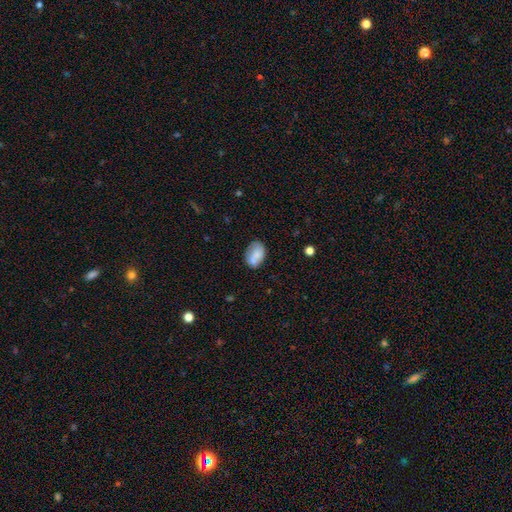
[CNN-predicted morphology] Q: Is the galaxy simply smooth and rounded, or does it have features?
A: smooth — 74%.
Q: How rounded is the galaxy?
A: in between — 83%.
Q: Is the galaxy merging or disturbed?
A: none — 60%.